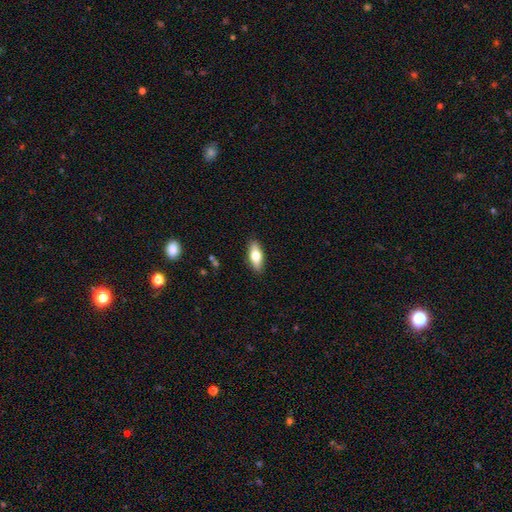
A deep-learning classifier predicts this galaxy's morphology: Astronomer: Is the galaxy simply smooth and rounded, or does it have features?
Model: smooth — 65%.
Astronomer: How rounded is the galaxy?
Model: in between — 73%.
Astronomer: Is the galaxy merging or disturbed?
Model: none — 88%.